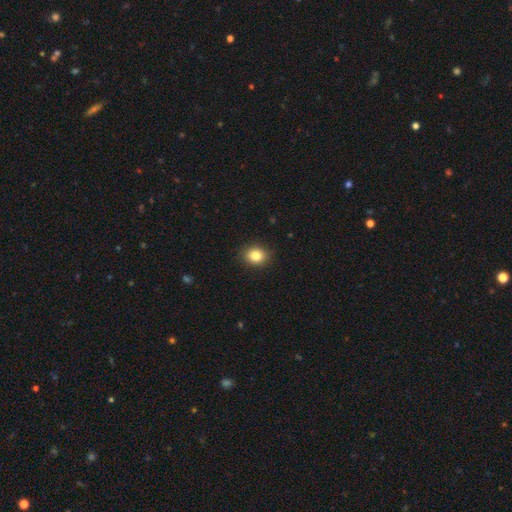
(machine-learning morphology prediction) This is clearly a smooth galaxy (84%). How rounded: likely round (62%). Merging: clearly none (90%).